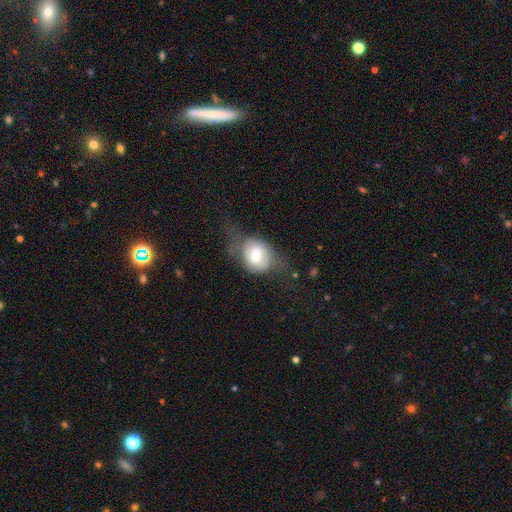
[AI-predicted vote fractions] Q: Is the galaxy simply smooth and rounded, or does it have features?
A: smooth — 51%.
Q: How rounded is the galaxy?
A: round — 52%.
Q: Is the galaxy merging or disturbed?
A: none — 39%.